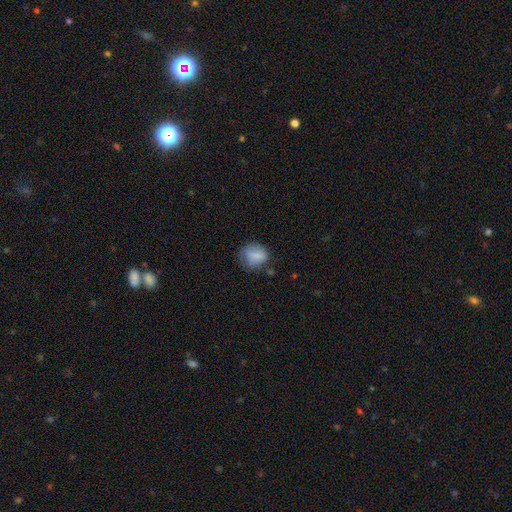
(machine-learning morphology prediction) Q: Smooth or featured?
A: smooth (79%); runner-up: featured or disk (12%)
Q: How rounded?
A: round (59%); runner-up: in between (39%)
Q: Merging?
A: none (59%); runner-up: minor disturbance (27%)